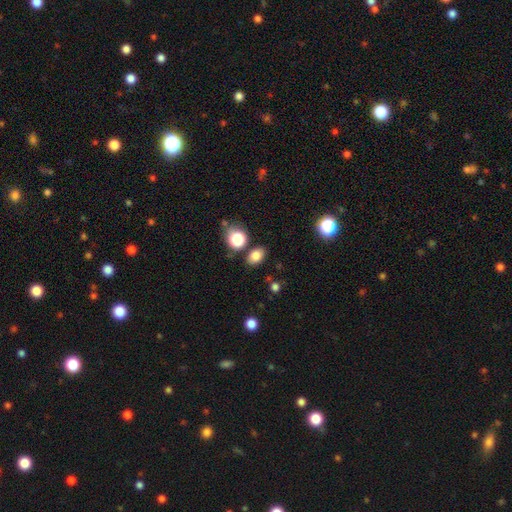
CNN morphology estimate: Overall: smooth (82%). How rounded: in between (76%). Merging: none (78%).